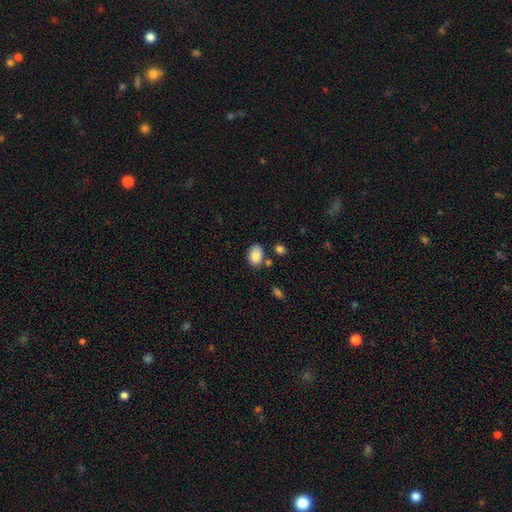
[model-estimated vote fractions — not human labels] smooth 87%, star or artifact 8%, featured or disk 6%. Down the decision tree: how rounded — in between (83%); merging — none (74%).